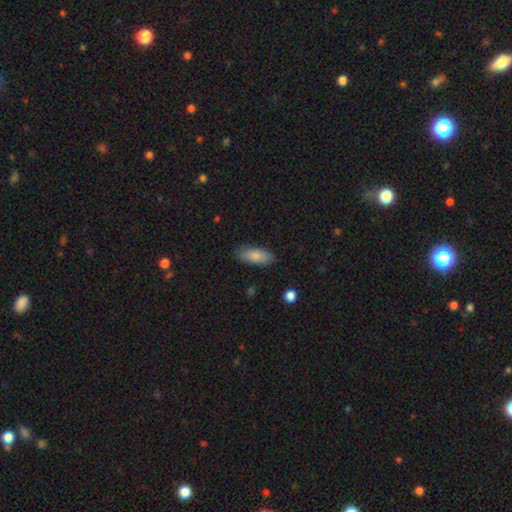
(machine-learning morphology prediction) A smooth galaxy with no disk features (85%) that is in between round and cigar-shaped (78%).

Vote fractions:
- Smooth or featured? smooth: 85% / featured or disk: 8% / star or artifact: 6%
- How rounded? in between: 78% / cigar-shaped: 20% / round: 2%
- Merging? none: 84% / minor disturbance: 13% / major disturbance: 3% / merger: 1%